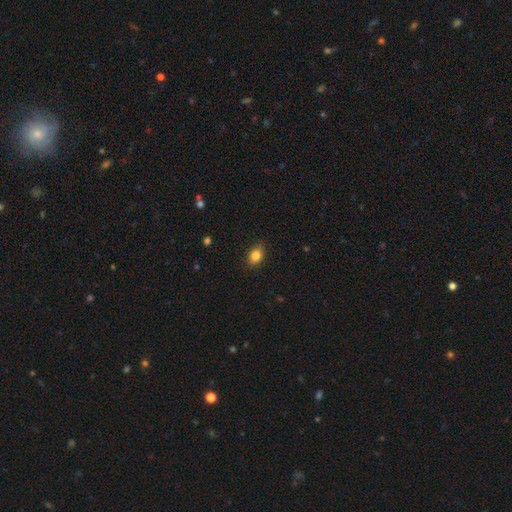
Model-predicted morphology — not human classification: type=smooth (84%); roundness=in between (78%); merging=none (86%).